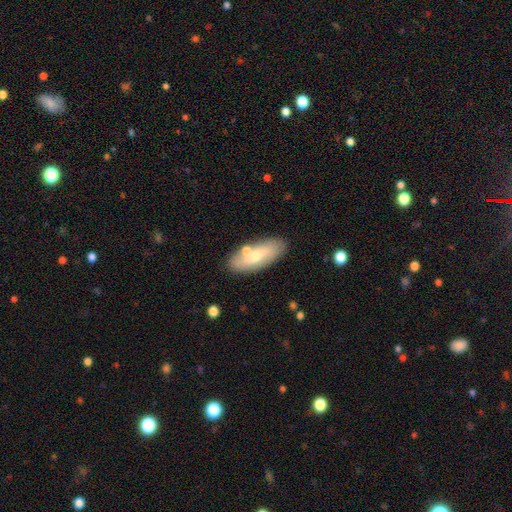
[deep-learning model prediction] Overall: smooth (55%; featured or disk 38%). How rounded: in between (77%). Merging: none (76%).